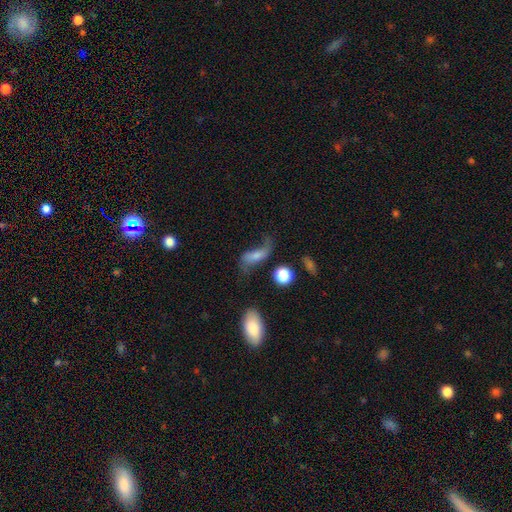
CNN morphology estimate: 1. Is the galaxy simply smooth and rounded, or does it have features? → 47% smooth, 42% featured or disk, 12% star or artifact.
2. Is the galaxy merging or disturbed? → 38% none, 32% major disturbance, 23% minor disturbance, 8% merger.